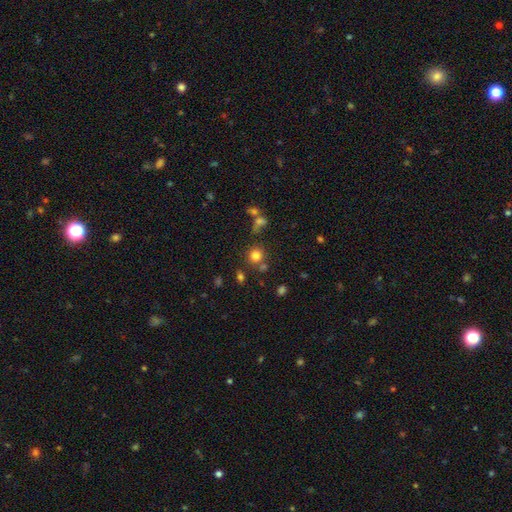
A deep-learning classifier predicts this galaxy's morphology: Smooth or featured?
  - smooth: 77% *
  - star or artifact: 16%
  - featured or disk: 7%
How rounded?
  - round: 89% *
  - in between: 10%
  - cigar-shaped: 1%
Merging?
  - none: 70% *
  - merger: 15%
  - minor disturbance: 10%
  - major disturbance: 5%